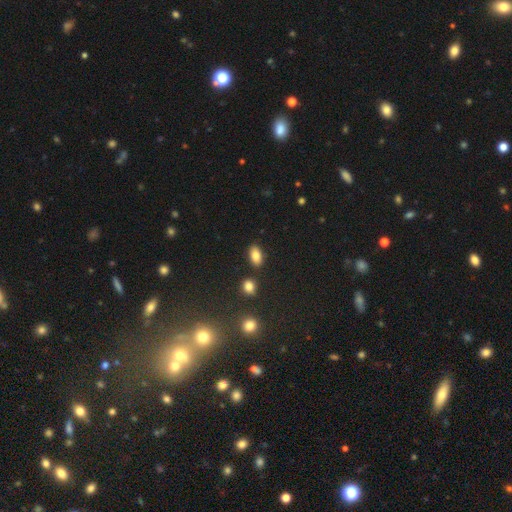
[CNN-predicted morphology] type=smooth (85%); roundness=in between (90%); merging=none (83%).